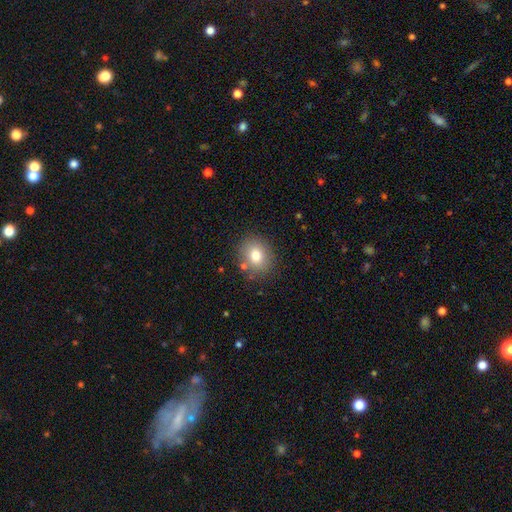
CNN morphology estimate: Smooth or featured: smooth — 77% (star or artifact — 12%)
How rounded: round — 72% (in between — 28%)
Merging: none — 82% (minor disturbance — 10%)